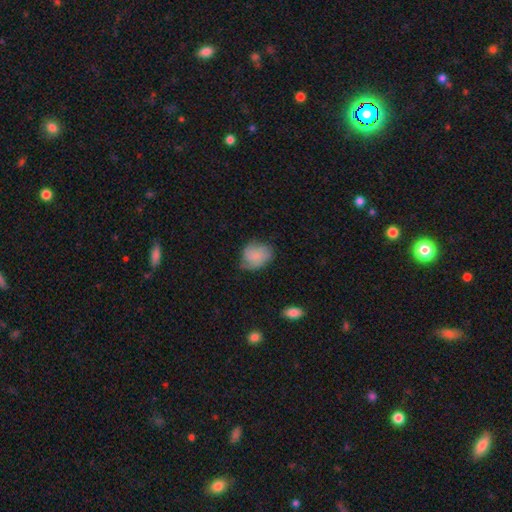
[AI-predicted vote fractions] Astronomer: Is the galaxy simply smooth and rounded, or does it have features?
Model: smooth — 64%.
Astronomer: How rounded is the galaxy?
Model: in between — 50% (runner-up: round, 49%).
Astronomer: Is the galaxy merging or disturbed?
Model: none — 54% (runner-up: minor disturbance, 34%).